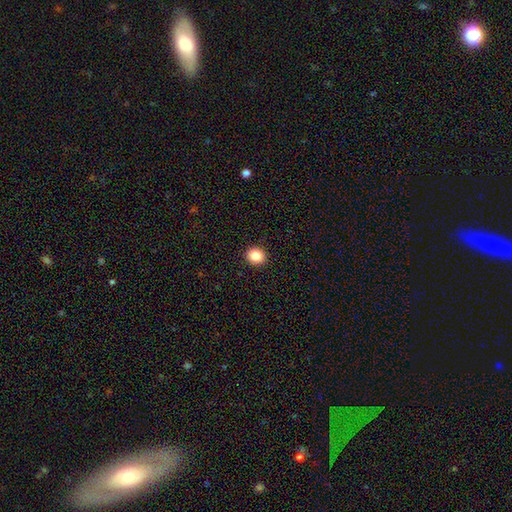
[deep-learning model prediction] This appears to be a smooth galaxy with no disk features (85%) that is round (85%). Merging: none (93%).